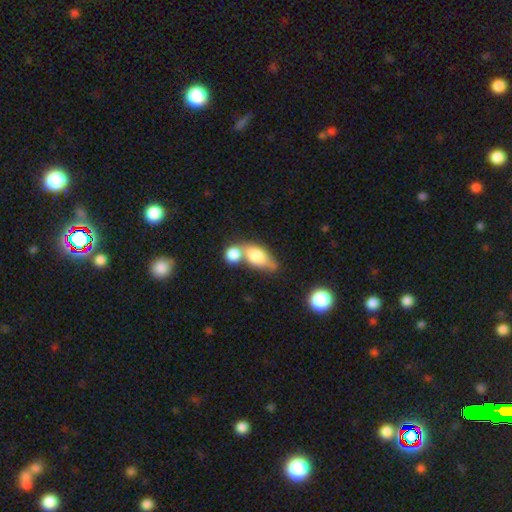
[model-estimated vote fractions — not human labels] This appears to be a smooth galaxy with no disk features (73%) that is in between round and cigar-shaped (77%). Merging: merger (57%).